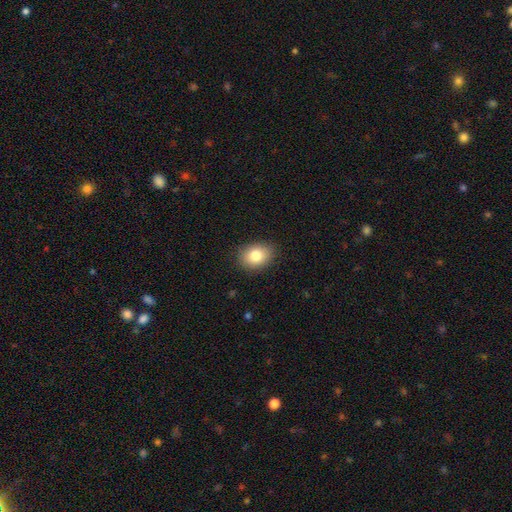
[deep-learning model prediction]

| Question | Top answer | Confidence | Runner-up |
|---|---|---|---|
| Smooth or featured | smooth | 82% | featured or disk (9%) |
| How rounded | in between | 66% | round (33%) |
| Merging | none | 87% | minor disturbance (9%) |